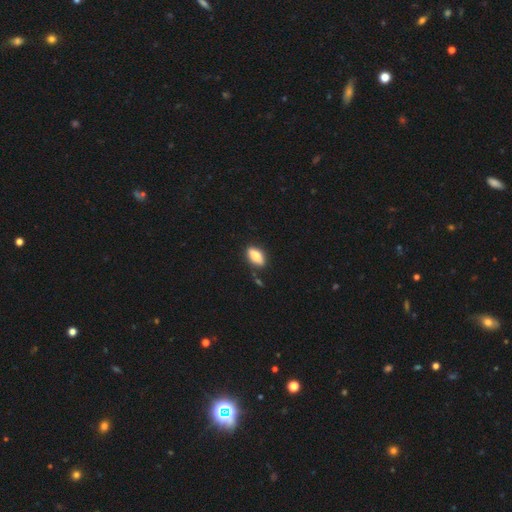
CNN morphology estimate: Smooth or featured?
  - smooth: 71% *
  - featured or disk: 22%
  - star or artifact: 7%
How rounded?
  - in between: 84% *
  - cigar-shaped: 11%
  - round: 4%
Merging?
  - none: 82% *
  - minor disturbance: 12%
  - merger: 3%
  - major disturbance: 3%